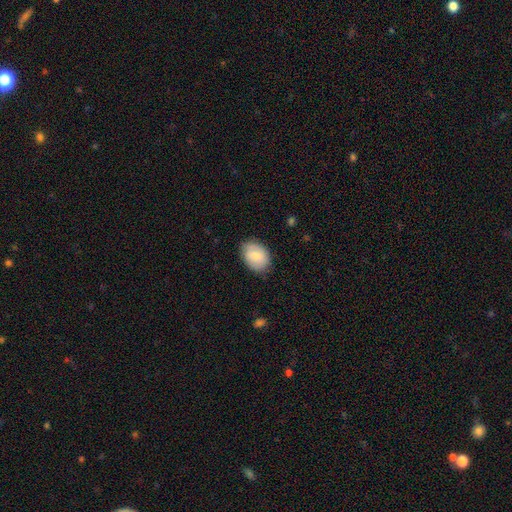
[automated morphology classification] Overall: smooth (78%). How rounded: in between (77%). Merging: none (80%).